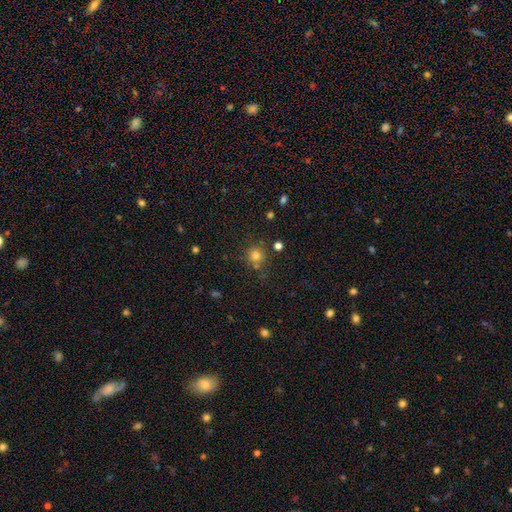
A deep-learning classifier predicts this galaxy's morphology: Smooth or featured: smooth — 76% (star or artifact — 17%)
How rounded: round — 92% (in between — 7%)
Merging: none — 75% (merger — 11%)